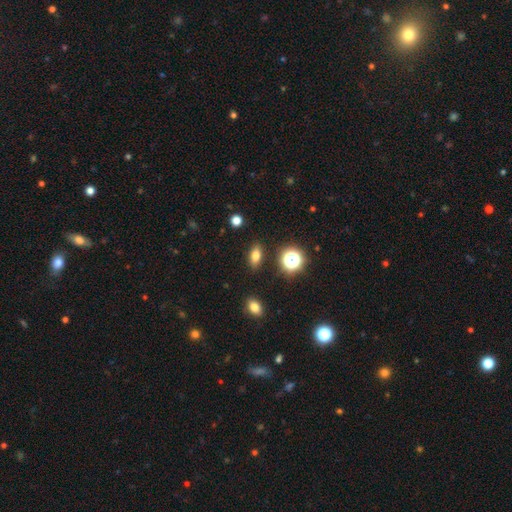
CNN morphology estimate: smooth-or-featured: smooth: 74% | star or artifact: 15% | featured or disk: 11%
  how-rounded: in between: 77% | round: 15% | cigar-shaped: 9%
  merging: none: 88% | minor disturbance: 8% | major disturbance: 2% | merger: 2%